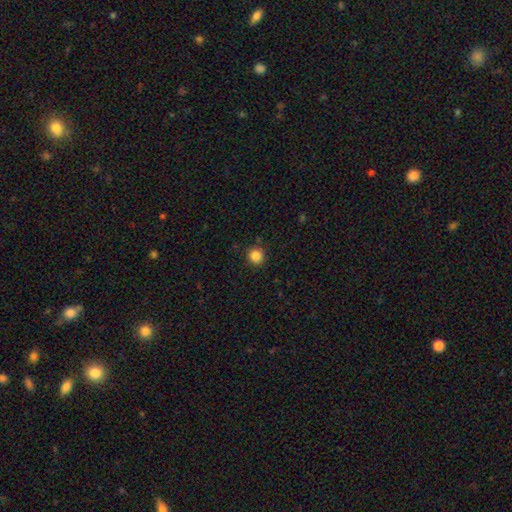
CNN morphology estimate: smooth 85%, star or artifact 11%, featured or disk 4%. Down the decision tree: how rounded — round (92%); merging — none (89%).